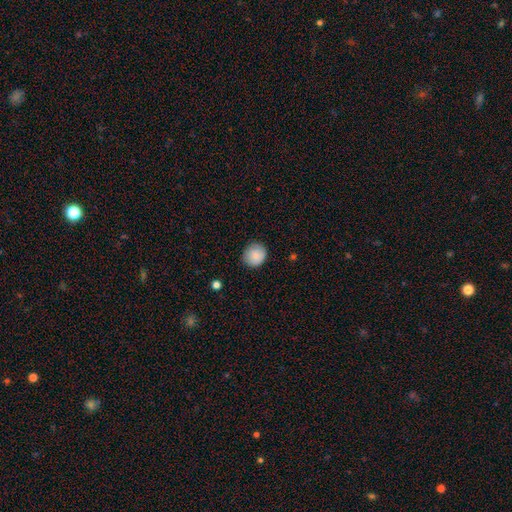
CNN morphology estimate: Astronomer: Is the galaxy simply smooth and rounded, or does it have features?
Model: smooth — 86%.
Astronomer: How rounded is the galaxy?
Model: round — 85%.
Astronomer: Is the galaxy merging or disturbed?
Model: none — 85%.